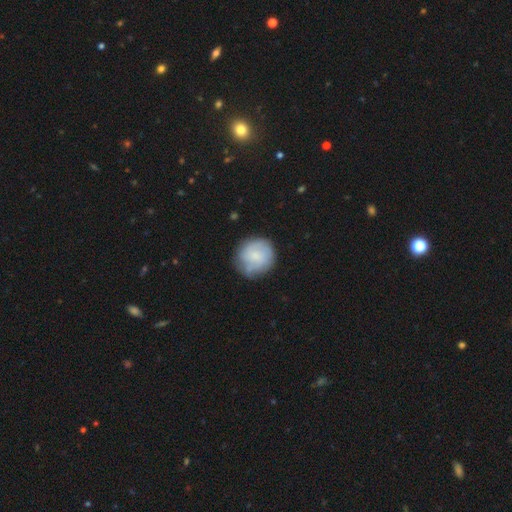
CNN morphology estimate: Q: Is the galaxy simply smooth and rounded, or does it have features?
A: smooth — 59%.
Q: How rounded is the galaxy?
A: round — 89%.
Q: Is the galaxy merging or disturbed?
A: none — 70%.